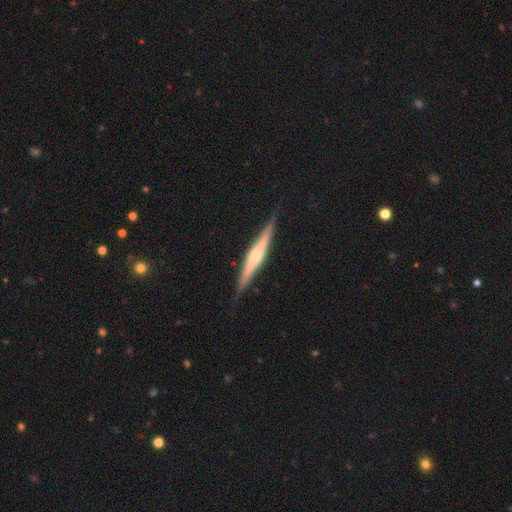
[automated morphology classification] A featured or disk galaxy (72%) viewed edge-on (98%) with a rounded central bulge (74%).

Vote fractions:
- Smooth or featured? featured or disk: 72% / smooth: 23% / star or artifact: 5%
- Edge-on disk? yes: 98% / no: 2%
- Edge-on bulge? rounded: 74% / boxy: 15% / none: 11%
- Merging? none: 88% / minor disturbance: 9% / major disturbance: 2% / merger: 1%